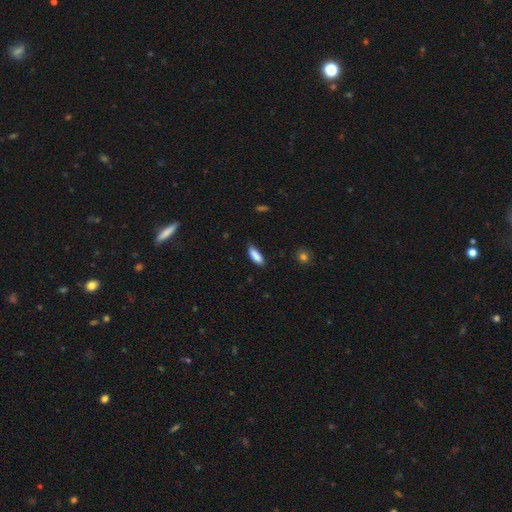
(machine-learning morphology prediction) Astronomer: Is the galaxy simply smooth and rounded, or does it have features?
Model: smooth — 87%.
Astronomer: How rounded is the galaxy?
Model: in between — 69%.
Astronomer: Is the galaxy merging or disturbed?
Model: none — 74%.